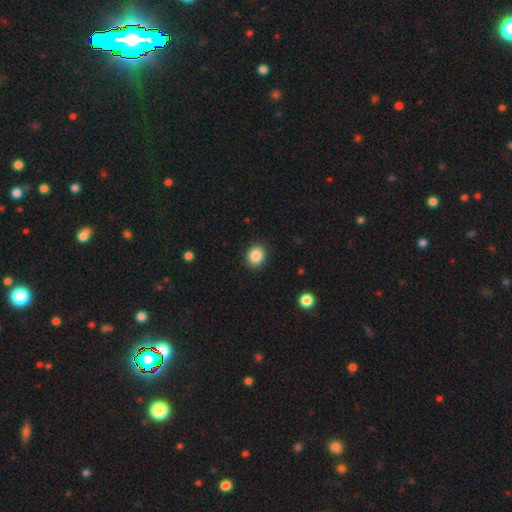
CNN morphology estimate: smooth 87%, star or artifact 9%, featured or disk 4%. Down the decision tree: how rounded — round (66%); merging — none (90%).